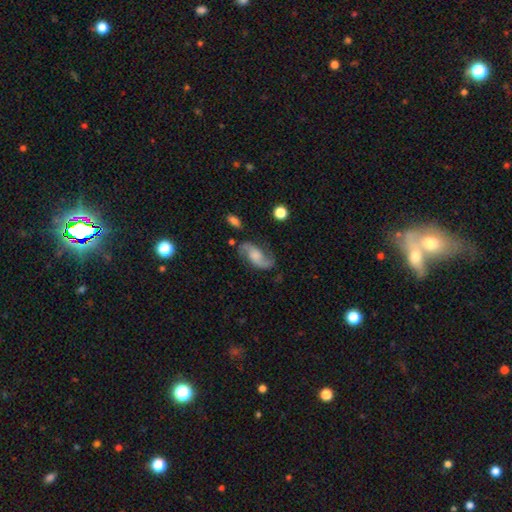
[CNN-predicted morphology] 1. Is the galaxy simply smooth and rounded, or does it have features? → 78% featured or disk, 15% smooth, 7% star or artifact.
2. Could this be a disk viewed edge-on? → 96% no, 4% yes.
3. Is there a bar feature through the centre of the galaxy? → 59% no, 34% weak, 8% strong.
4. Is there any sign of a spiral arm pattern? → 95% yes, 5% no.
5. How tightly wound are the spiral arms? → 57% loose, 34% medium, 9% tight.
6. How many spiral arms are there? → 91% 2, 3% 1, 3% can't tell, 1% 3, 1% 4, 1% more than 4.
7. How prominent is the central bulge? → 28% moderate, 25% none, 24% large, 18% small, 4% dominant.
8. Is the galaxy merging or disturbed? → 71% none, 18% minor disturbance, 8% major disturbance, 3% merger.